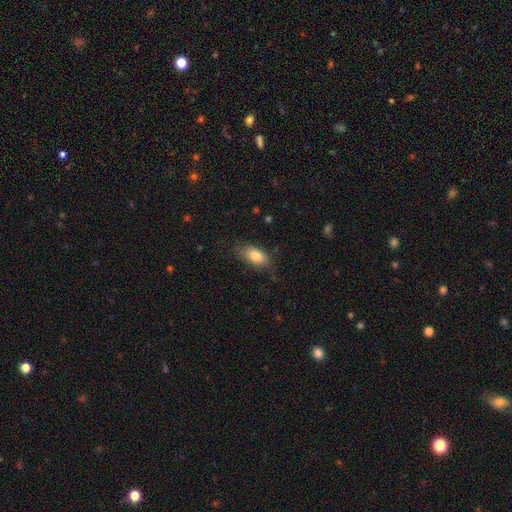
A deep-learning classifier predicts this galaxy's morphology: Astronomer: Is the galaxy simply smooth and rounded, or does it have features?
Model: smooth — 81%.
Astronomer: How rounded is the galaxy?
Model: in between — 89%.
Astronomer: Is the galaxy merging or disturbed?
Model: none — 75%.